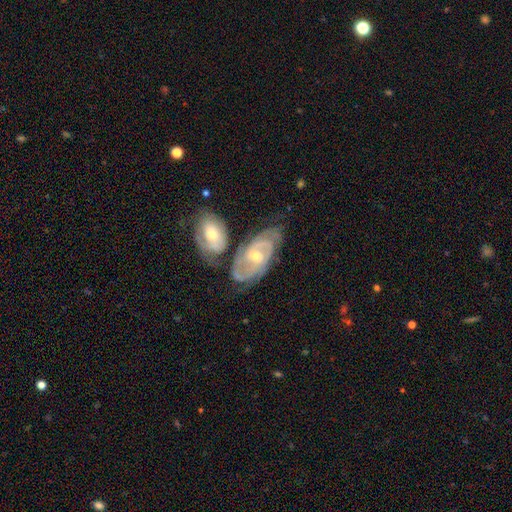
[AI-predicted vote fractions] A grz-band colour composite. It shows a featured or disk galaxy (85%) with no bar (47%), 2 (47%) tight (60%) spiral arms (94%) and a moderate central bulge (50%). Merging: none (56%).